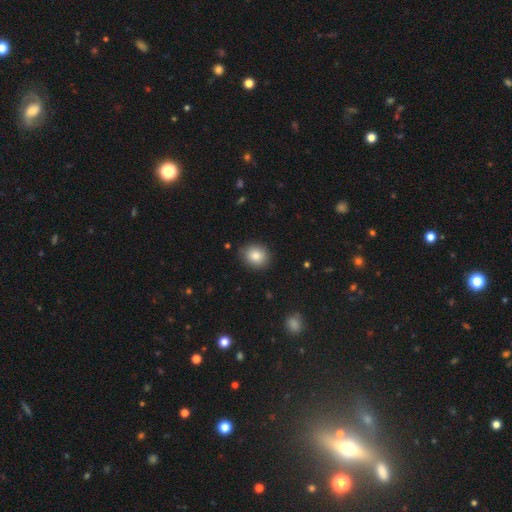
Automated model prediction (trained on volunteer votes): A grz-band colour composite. It shows a smooth galaxy with no disk features (85%) that is round (74%). Merging: none (86%).